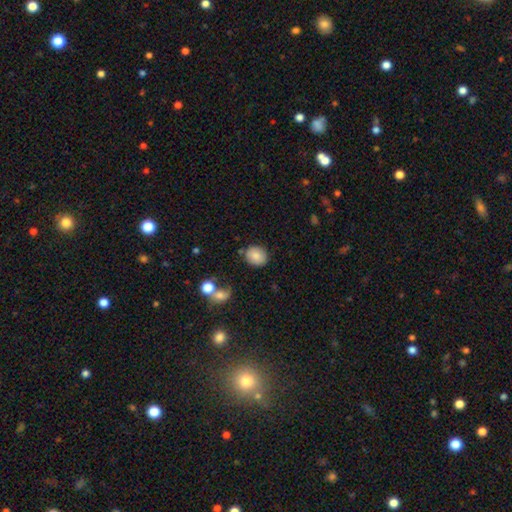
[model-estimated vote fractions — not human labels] Q: Smooth or featured?
A: smooth (83%); runner-up: featured or disk (9%)
Q: How rounded?
A: round (61%); runner-up: in between (38%)
Q: Merging?
A: none (81%); runner-up: minor disturbance (11%)